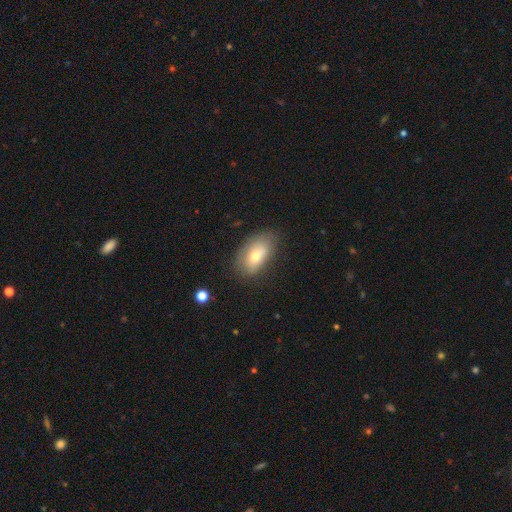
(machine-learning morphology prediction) Overall: smooth (70%). How rounded: in between (91%). Merging: none (72%).